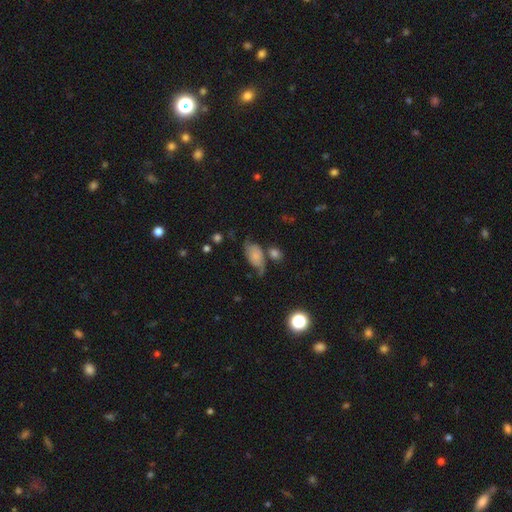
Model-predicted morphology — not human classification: Overall: smooth (52%; featured or disk 38%). How rounded: in between (89%). Merging: none (40%; minor disturbance 29%).